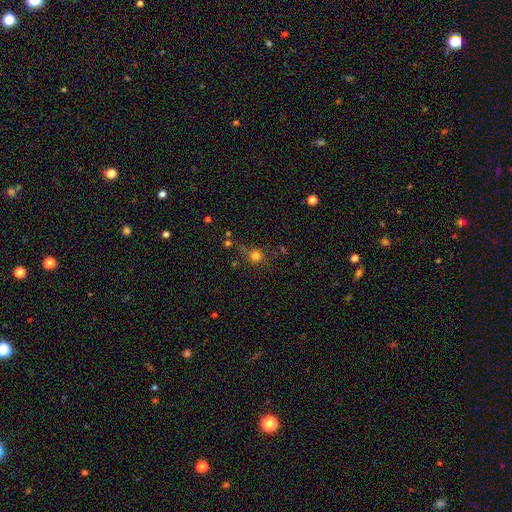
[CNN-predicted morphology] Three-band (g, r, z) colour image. It shows a smooth galaxy with no disk features (73%) that is round (91%). Merging: none (66%).